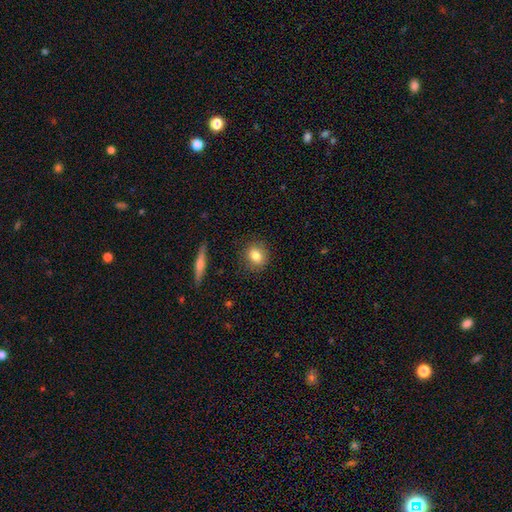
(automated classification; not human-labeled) A smooth galaxy with no disk features (81%) that is round (71%). Merging: none (87%).